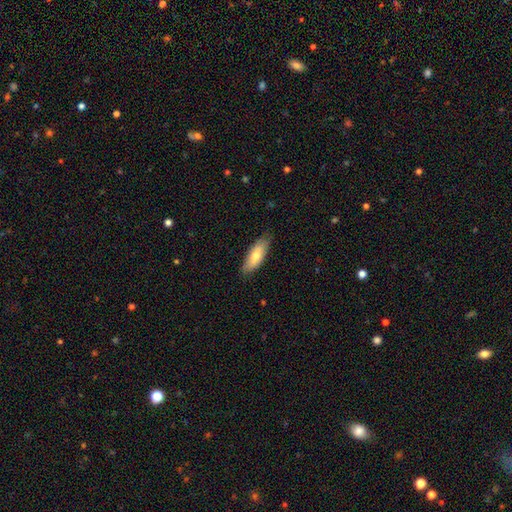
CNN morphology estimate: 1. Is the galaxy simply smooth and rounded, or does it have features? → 73% smooth, 21% featured or disk, 6% star or artifact.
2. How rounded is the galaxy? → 67% in between, 31% cigar-shaped, 2% round.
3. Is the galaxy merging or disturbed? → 80% none, 16% minor disturbance, 3% major disturbance, 1% merger.